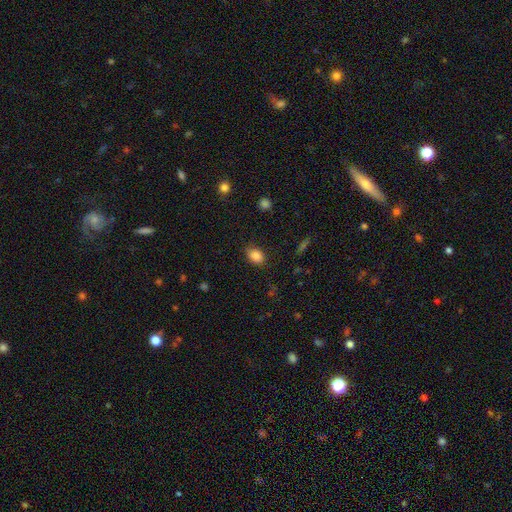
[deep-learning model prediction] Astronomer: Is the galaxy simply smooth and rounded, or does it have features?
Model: smooth — 85%.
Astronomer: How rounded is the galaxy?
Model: in between — 70%.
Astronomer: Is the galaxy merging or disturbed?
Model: none — 80%.